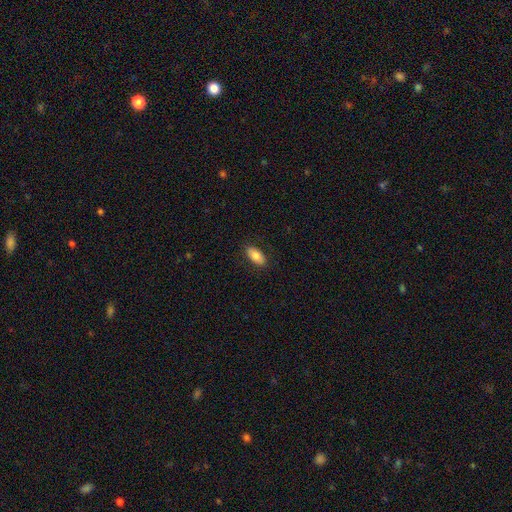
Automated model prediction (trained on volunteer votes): A smooth galaxy with no disk features (82%) that is in between round and cigar-shaped (92%).

Vote fractions:
- Smooth or featured? smooth: 82% / featured or disk: 11% / star or artifact: 7%
- How rounded? in between: 92% / cigar-shaped: 5% / round: 3%
- Merging? none: 87% / minor disturbance: 10% / major disturbance: 2% / merger: 1%